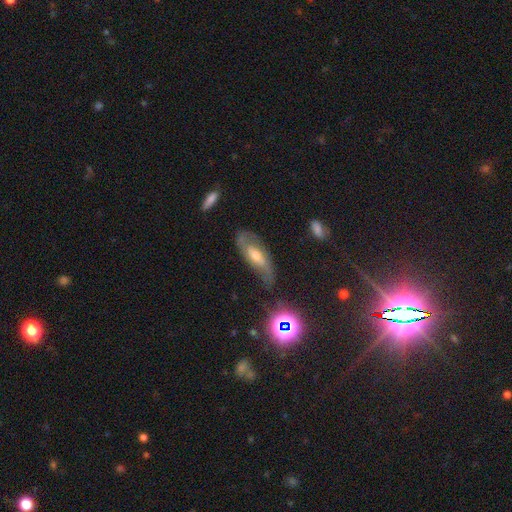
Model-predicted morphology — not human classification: Smooth or featured? Predicted: featured or disk (p=0.67). Edge-on disk? Predicted: no (p=0.85). Bar? Predicted: no (p=0.43). Spiral arms? Predicted: yes (p=0.81). Bulge size? Predicted: moderate (p=0.57). Merging? Predicted: none (p=0.57).